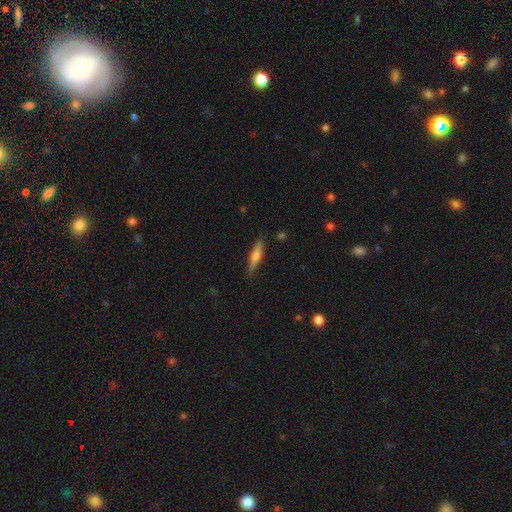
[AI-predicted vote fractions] This appears to be a smooth galaxy with no disk features (49%). Merging: none (86%).